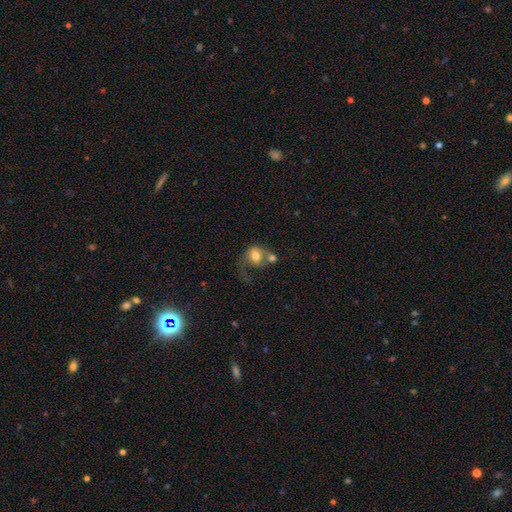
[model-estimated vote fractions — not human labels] Morphology: type=smooth (65%); roundness=round (63%); merging=merger (41%).